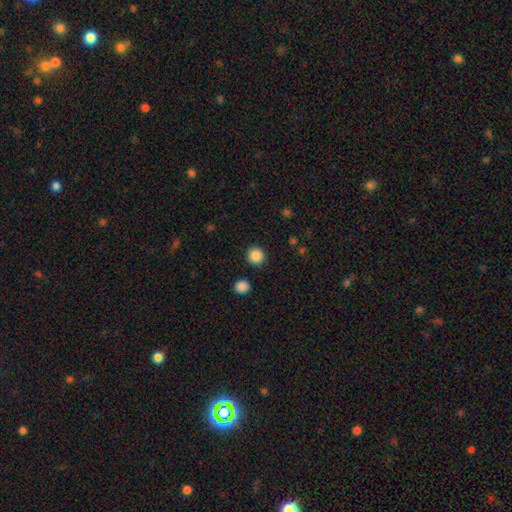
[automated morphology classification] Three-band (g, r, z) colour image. It shows a smooth galaxy with no disk features (88%) that is round (95%). Merging: none (91%).